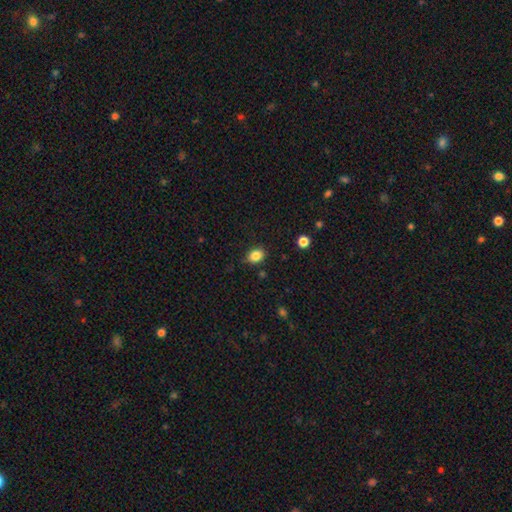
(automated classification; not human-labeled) smooth-or-featured: smooth: 85% | star or artifact: 10% | featured or disk: 5%
  how-rounded: in between: 67% | round: 32% | cigar-shaped: 1%
  merging: none: 80% | minor disturbance: 15% | major disturbance: 3% | merger: 2%